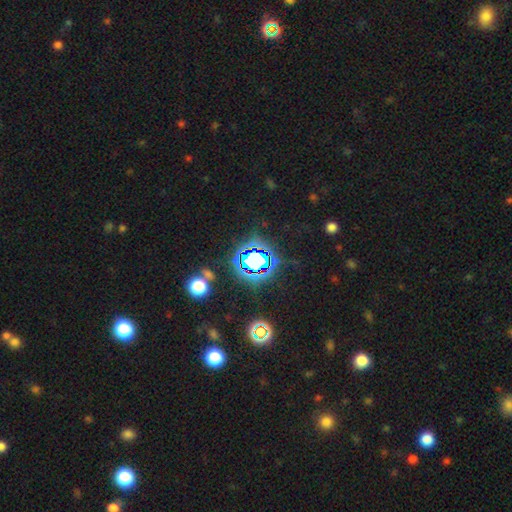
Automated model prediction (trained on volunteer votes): smooth_or_featured: star or artifact (p=0.73) [alt: smooth p=0.17]